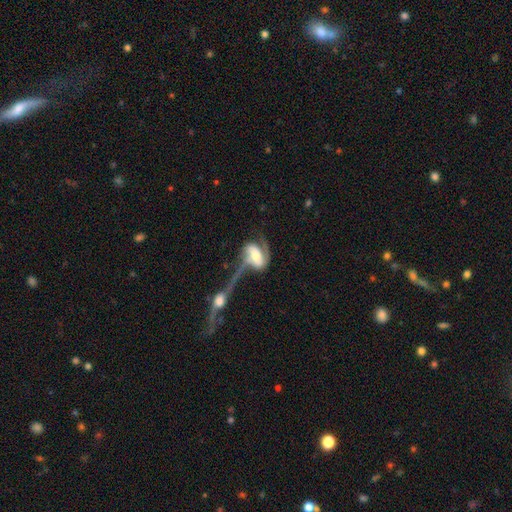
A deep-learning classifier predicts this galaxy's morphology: A featured or disk galaxy (78%) with a weak bar (39%), 2 (84%) loose (46%) spiral arms (91%) and a moderate central bulge (52%). Merging: merger (53%).